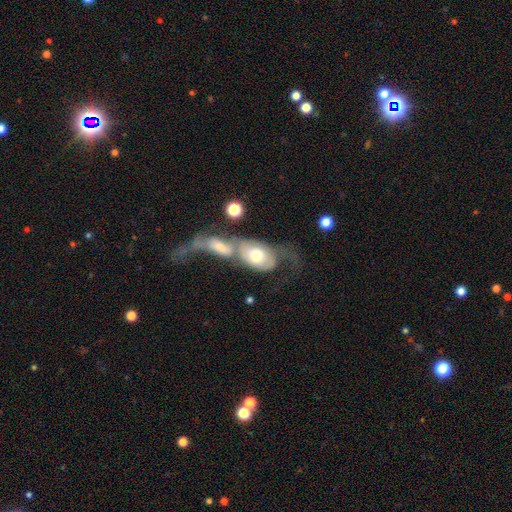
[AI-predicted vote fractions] smooth_or_featured: featured or disk (p=0.48) [alt: smooth p=0.45]
merging: merger (p=0.64) [alt: major disturbance p=0.16]